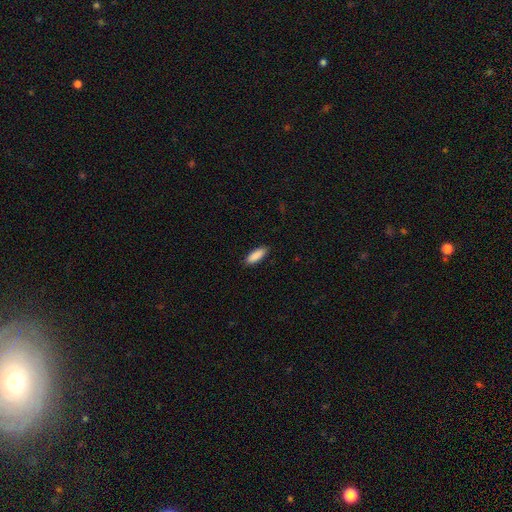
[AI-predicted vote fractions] Q: Smooth or featured?
A: smooth (90%); runner-up: star or artifact (6%)
Q: How rounded?
A: in between (69%); runner-up: cigar-shaped (29%)
Q: Merging?
A: none (88%); runner-up: minor disturbance (9%)